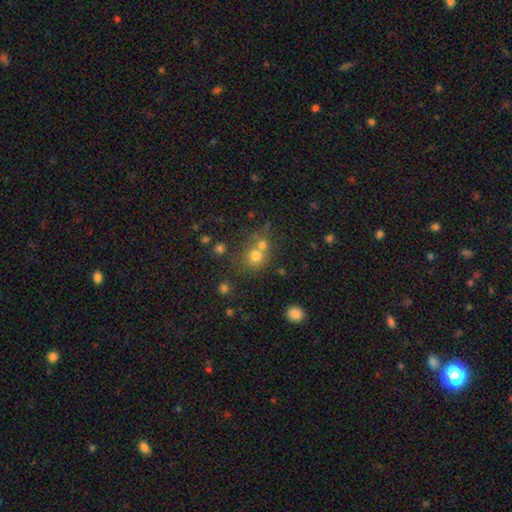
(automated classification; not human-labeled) smooth_or_featured: smooth (p=0.71) [alt: star or artifact p=0.17]
how_rounded: round (p=0.83) [alt: in between p=0.16]
merging: none (p=0.45) [alt: merger p=0.44]